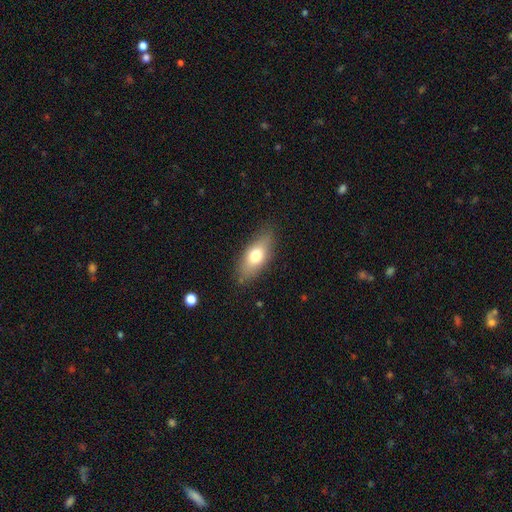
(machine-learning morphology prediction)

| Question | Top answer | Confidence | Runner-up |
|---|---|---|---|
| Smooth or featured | smooth | 70% | featured or disk (22%) |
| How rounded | in between | 78% | cigar-shaped (17%) |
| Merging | none | 82% | minor disturbance (13%) |